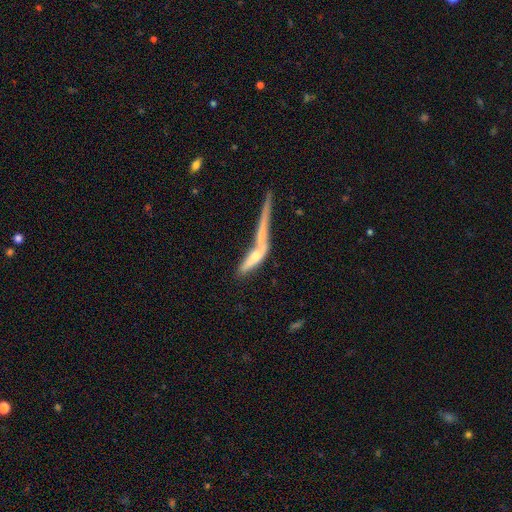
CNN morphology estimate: This appears to be a featured or disk galaxy (46%). Merging: merger (53%).